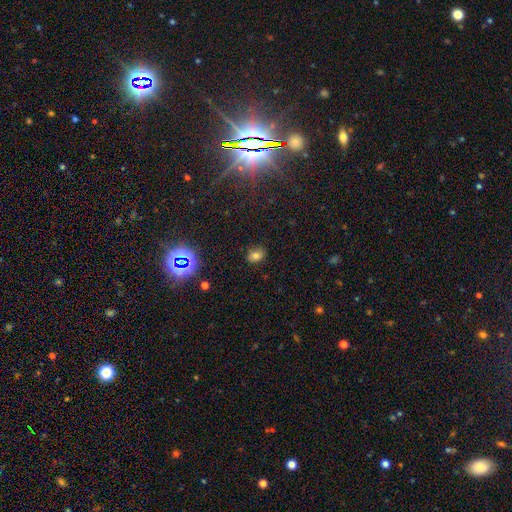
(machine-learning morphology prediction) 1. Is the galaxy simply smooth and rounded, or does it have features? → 71% smooth, 20% star or artifact, 9% featured or disk.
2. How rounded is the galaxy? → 68% in between, 31% round, 1% cigar-shaped.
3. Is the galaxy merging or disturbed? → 80% none, 15% minor disturbance, 3% major disturbance, 2% merger.